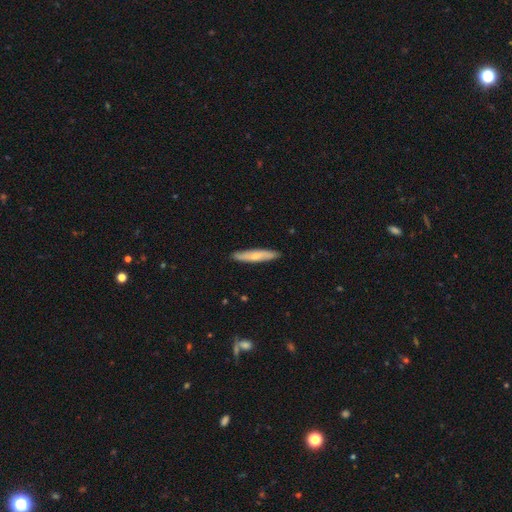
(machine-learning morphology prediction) Smooth or featured: smooth — 60% (featured or disk — 35%)
How rounded: cigar-shaped — 88% (in between — 10%)
Merging: none — 89% (minor disturbance — 8%)